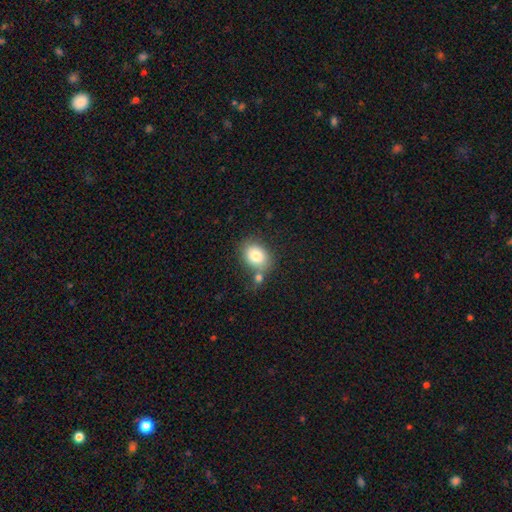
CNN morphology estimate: Smooth or featured? Predicted: smooth (p=0.83). How rounded? Predicted: in between (p=0.62). Merging? Predicted: none (p=0.61).